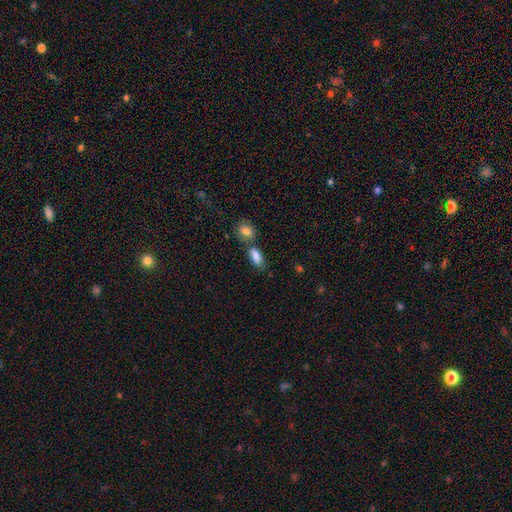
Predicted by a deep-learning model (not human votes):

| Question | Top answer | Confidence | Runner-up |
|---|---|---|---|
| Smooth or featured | smooth | 85% | star or artifact (8%) |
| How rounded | in between | 87% | cigar-shaped (9%) |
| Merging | none | 57% | merger (23%) |